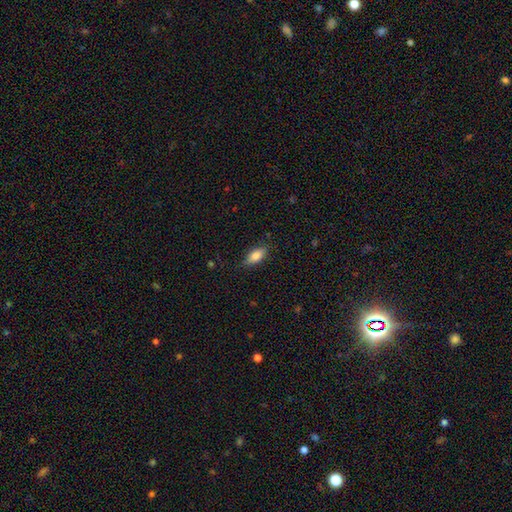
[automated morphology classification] A smooth galaxy with no disk features (81%) that is in between round and cigar-shaped (83%).

Vote fractions:
- Smooth or featured? smooth: 81% / featured or disk: 12% / star or artifact: 7%
- How rounded? in between: 83% / cigar-shaped: 14% / round: 3%
- Merging? none: 81% / minor disturbance: 15% / major disturbance: 3% / merger: 1%